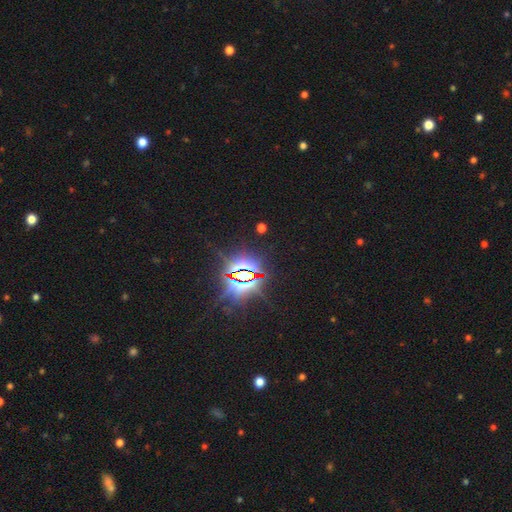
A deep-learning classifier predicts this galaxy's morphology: smooth-or-featured: star or artifact: 87% | smooth: 7% | featured or disk: 6%